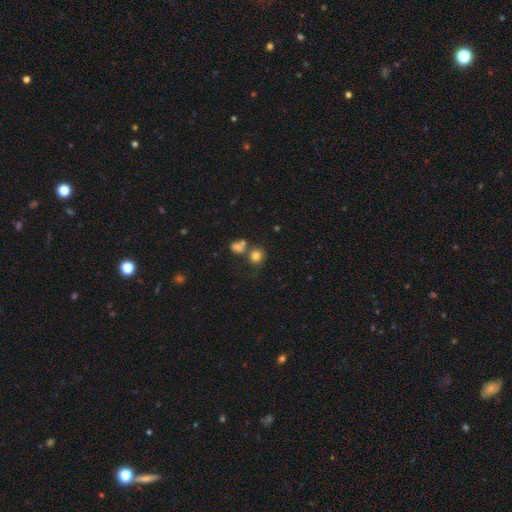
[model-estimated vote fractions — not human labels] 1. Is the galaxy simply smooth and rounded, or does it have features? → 79% smooth, 12% star or artifact, 9% featured or disk.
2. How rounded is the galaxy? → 81% round, 18% in between, 1% cigar-shaped.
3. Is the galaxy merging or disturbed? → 51% none, 29% merger, 13% minor disturbance, 7% major disturbance.